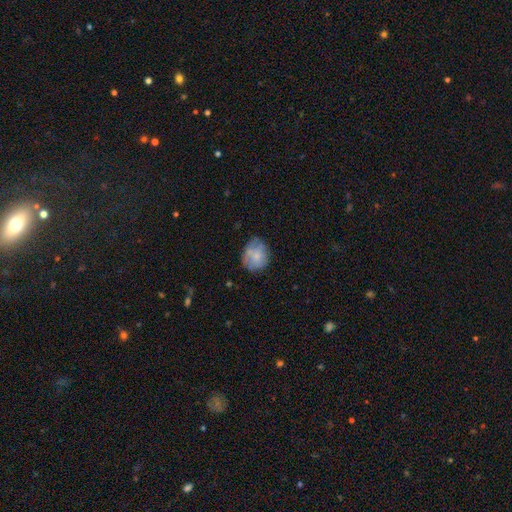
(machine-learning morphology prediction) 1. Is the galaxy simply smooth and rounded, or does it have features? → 68% smooth, 24% featured or disk, 8% star or artifact.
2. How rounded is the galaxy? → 67% round, 32% in between, 1% cigar-shaped.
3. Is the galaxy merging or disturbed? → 64% none, 25% minor disturbance, 8% major disturbance, 3% merger.